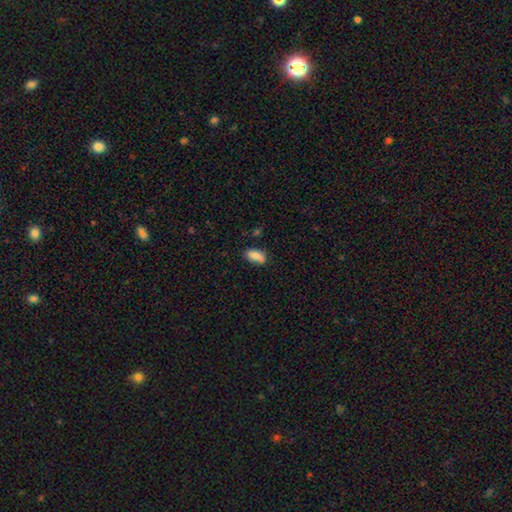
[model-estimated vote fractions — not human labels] A smooth galaxy with no disk features (85%) that is in between round and cigar-shaped (91%).

Vote fractions:
- Smooth or featured? smooth: 85% / star or artifact: 8% / featured or disk: 8%
- How rounded? in between: 91% / cigar-shaped: 5% / round: 4%
- Merging? none: 68% / minor disturbance: 22% / merger: 5% / major disturbance: 4%